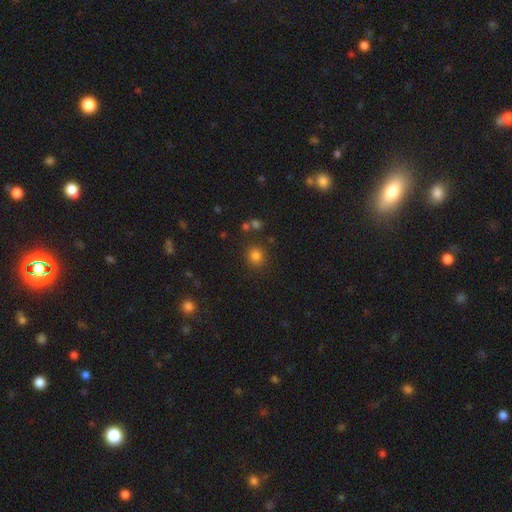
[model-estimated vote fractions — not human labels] Morphology: type=smooth (80%); roundness=round (84%); merging=none (83%).